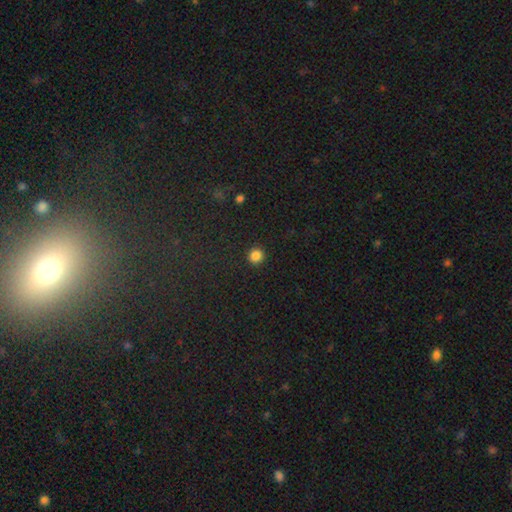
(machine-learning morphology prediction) This appears to be a smooth galaxy with no disk features (85%) that is round (95%). Merging: none (93%).